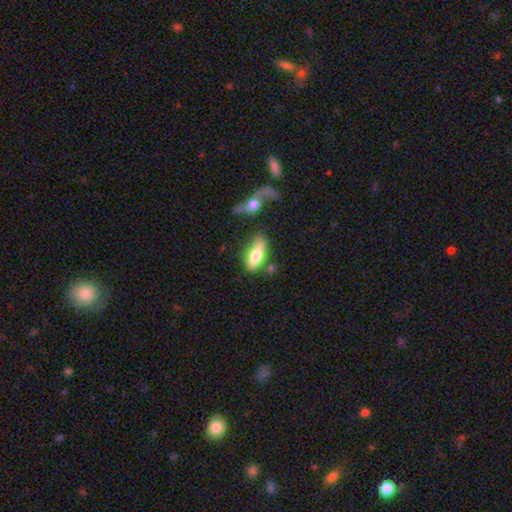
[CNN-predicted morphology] Smooth or featured? Predicted: smooth (p=0.68). How rounded? Predicted: in between (p=0.74). Merging? Predicted: none (p=0.47).